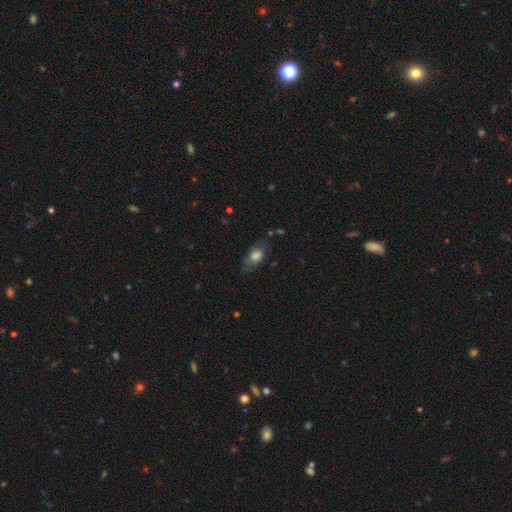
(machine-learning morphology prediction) This appears to be a smooth galaxy with no disk features (65%) that is in between round and cigar-shaped (82%). Merging: none (59%).